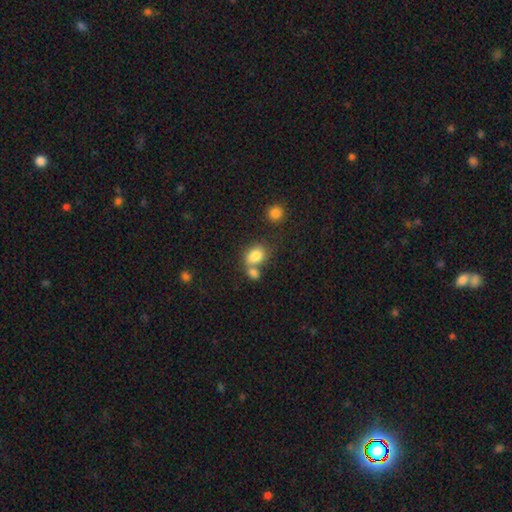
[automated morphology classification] Overall: smooth (82%). How rounded: in between (65%; round 34%). Merging: merger (47%; none 37%).